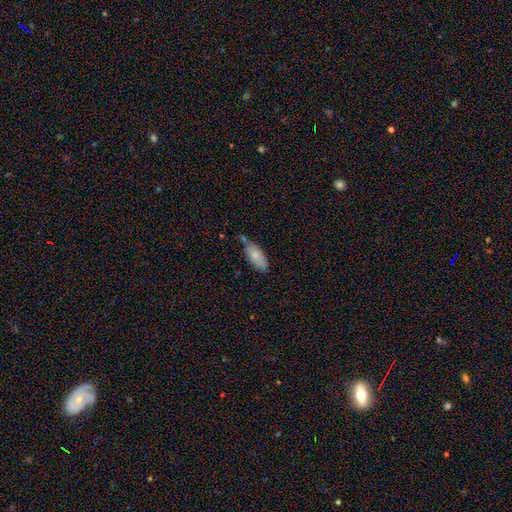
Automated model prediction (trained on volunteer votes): Morphology: type=smooth (78%); roundness=in between (85%); merging=none (56%).